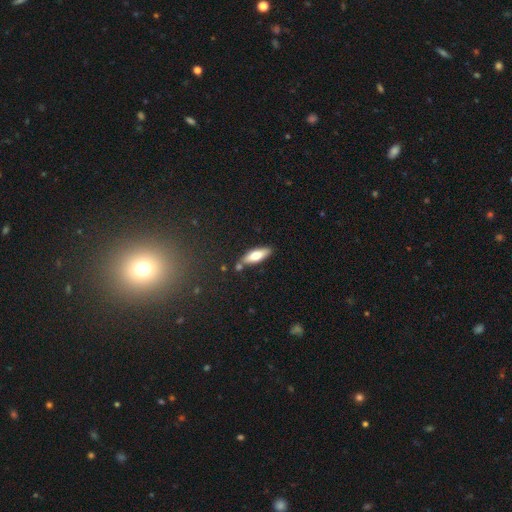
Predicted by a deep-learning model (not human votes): smooth-or-featured: smooth: 65% | featured or disk: 29% | star or artifact: 6%
  how-rounded: in between: 52% | cigar-shaped: 46% | round: 2%
  merging: none: 80% | minor disturbance: 12% | merger: 5% | major disturbance: 3%